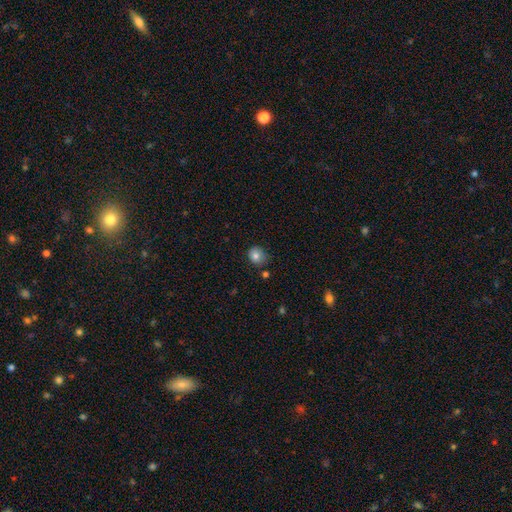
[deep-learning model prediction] smooth_or_featured: smooth (p=0.80) [alt: star or artifact p=0.10]
how_rounded: round (p=0.68) [alt: in between p=0.31]
merging: none (p=0.75) [alt: minor disturbance p=0.18]